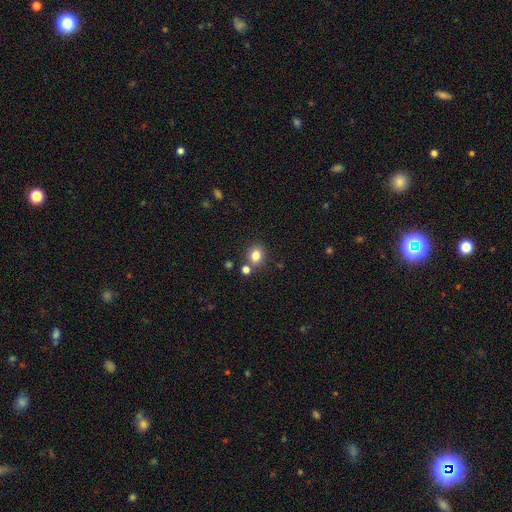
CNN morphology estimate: Smooth or featured: smooth — 81% (star or artifact — 12%)
How rounded: round — 60% (in between — 39%)
Merging: none — 74% (merger — 13%)